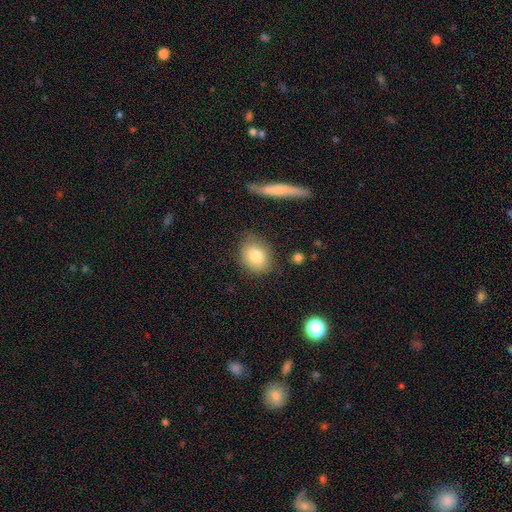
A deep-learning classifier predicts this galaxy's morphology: Smooth or featured? Predicted: smooth (p=0.80). How rounded? Predicted: round (p=0.50). Merging? Predicted: none (p=0.78).